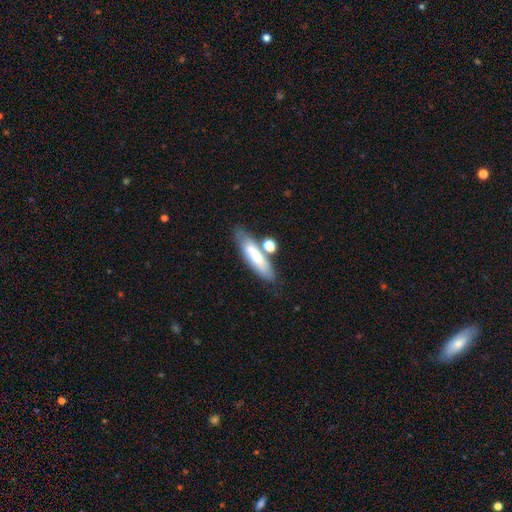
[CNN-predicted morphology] Smooth or featured? smooth (65%)
How rounded? cigar-shaped (57%)
Merging? none (54%)